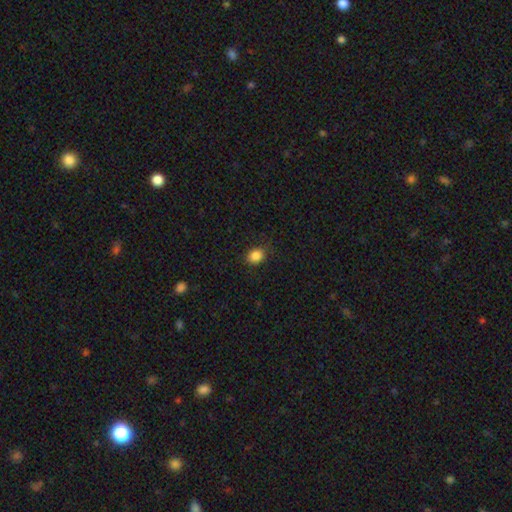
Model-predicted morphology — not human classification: Smooth or featured: smooth — 86% (star or artifact — 11%)
How rounded: round — 53% (in between — 46%)
Merging: none — 83% (minor disturbance — 13%)